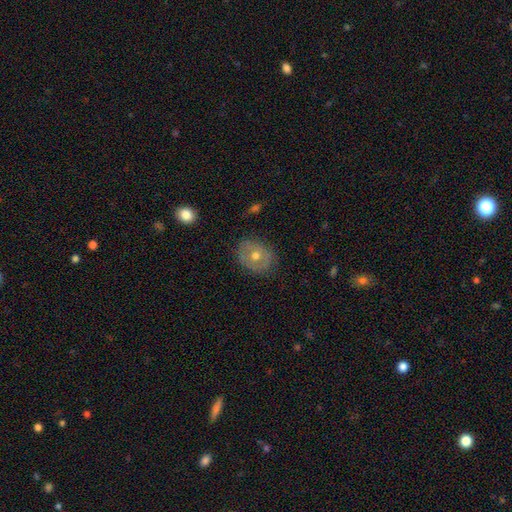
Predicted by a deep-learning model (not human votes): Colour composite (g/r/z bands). It shows a featured or disk galaxy (46%). Merging: none (79%).